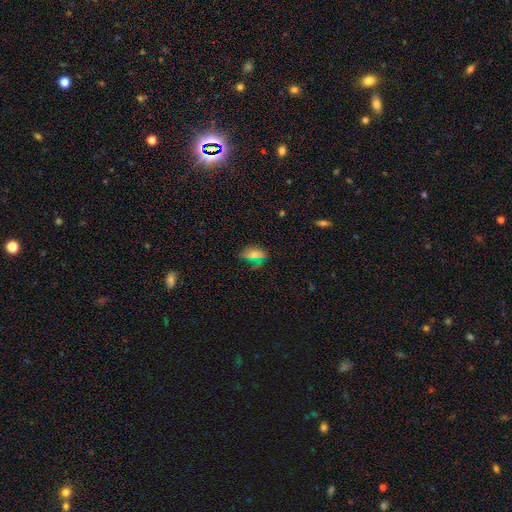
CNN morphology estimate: Q: Smooth or featured?
A: smooth (61%); runner-up: star or artifact (20%)
Q: How rounded?
A: in between (81%); runner-up: round (11%)
Q: Merging?
A: none (60%); runner-up: minor disturbance (24%)